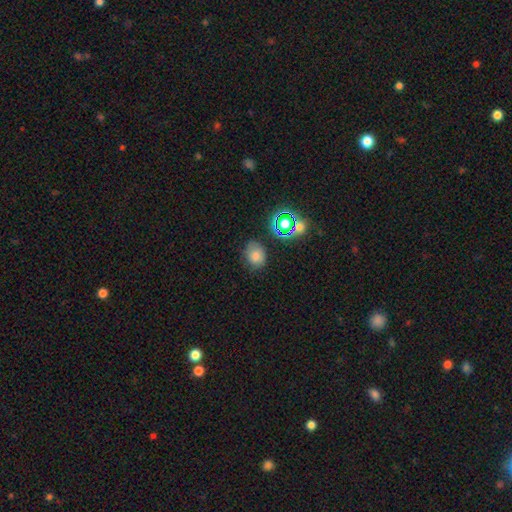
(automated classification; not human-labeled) Morphology: type=smooth (75%); roundness=round (54%); merging=none (73%).